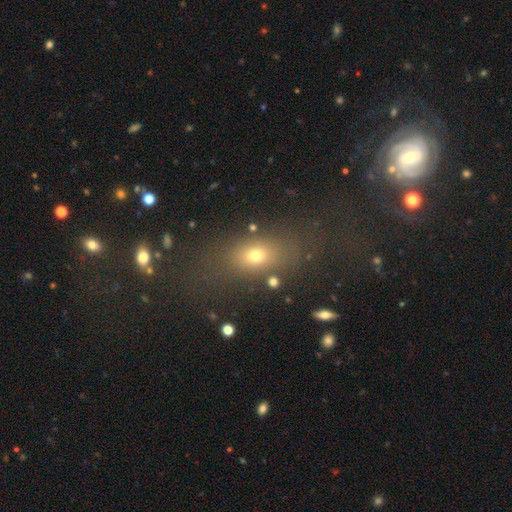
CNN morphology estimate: A smooth galaxy with no disk features (61%) that is in between round and cigar-shaped (63%).

Vote fractions:
- Smooth or featured? smooth: 61% / star or artifact: 23% / featured or disk: 17%
- How rounded? in between: 63% / round: 24% / cigar-shaped: 13%
- Merging? none: 73% / minor disturbance: 13% / major disturbance: 9% / merger: 5%